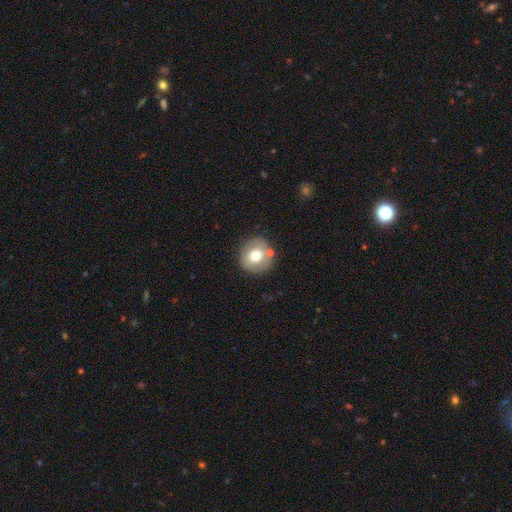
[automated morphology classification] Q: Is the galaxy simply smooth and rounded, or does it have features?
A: smooth — 68%.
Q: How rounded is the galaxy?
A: round — 91%.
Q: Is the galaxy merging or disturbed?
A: none — 78%.